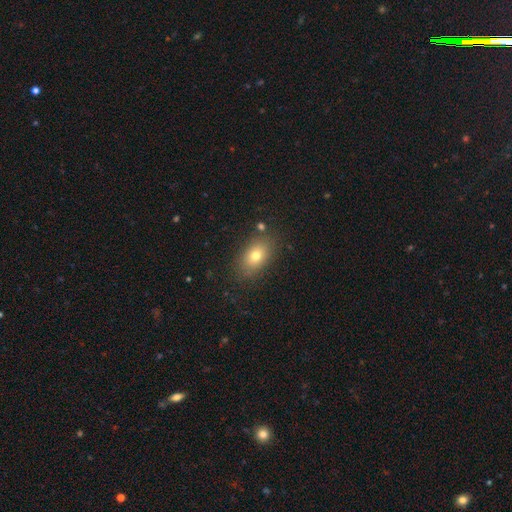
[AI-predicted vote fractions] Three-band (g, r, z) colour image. It shows a smooth galaxy with no disk features (75%) that is in between round and cigar-shaped (83%). Merging: none (81%).